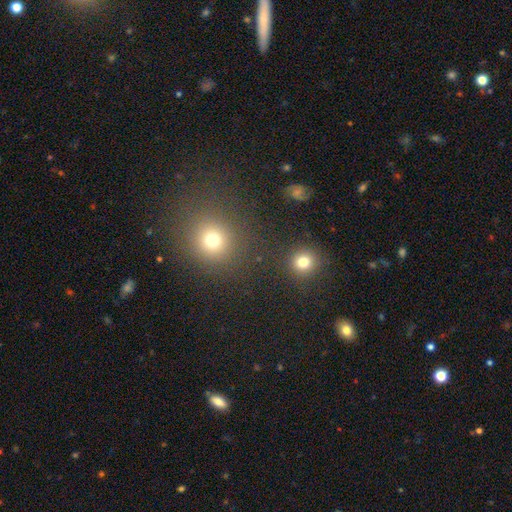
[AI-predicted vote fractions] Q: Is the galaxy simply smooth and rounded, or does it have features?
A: smooth — 56%.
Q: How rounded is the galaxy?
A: round — 90%.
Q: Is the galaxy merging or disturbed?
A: none — 85%.